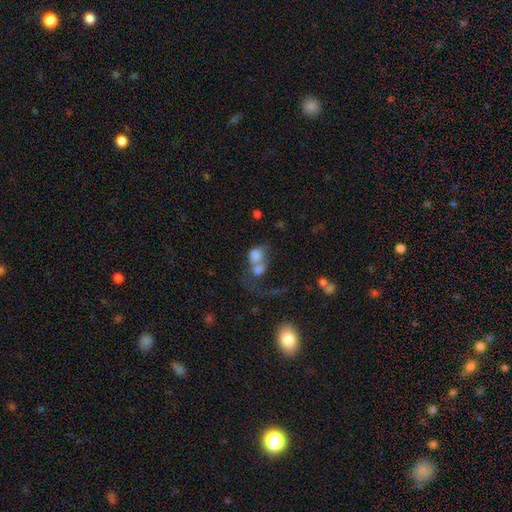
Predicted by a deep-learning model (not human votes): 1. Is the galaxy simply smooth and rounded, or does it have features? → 69% smooth, 20% featured or disk, 11% star or artifact.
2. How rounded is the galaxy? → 55% in between, 44% round, 2% cigar-shaped.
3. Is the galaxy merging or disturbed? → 69% merger, 13% none, 12% major disturbance, 6% minor disturbance.